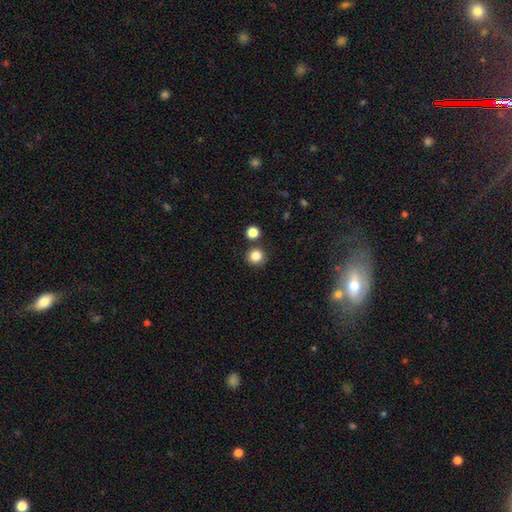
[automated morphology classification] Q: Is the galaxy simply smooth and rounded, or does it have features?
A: smooth — 84%.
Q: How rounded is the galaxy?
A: round — 93%.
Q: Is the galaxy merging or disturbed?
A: none — 84%.